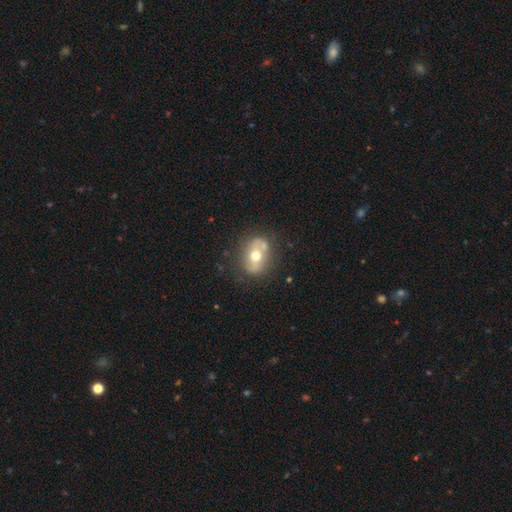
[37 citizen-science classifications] Smooth or featured: featured or disk — 68% (smooth — 27%)
Edge-on disk: no — 96% (yes — 4%)
Bar: no — 50% (strong — 25%)
Spiral arms: yes — 62% (no — 38%)
Spiral winding: loose — 73% (medium — 27%)
Spiral arm count: 2 — 93% (can't tell — 7%)
Bulge size: moderate — 71% (large — 25%)
Merging: none — 71% (minor disturbance — 26%)